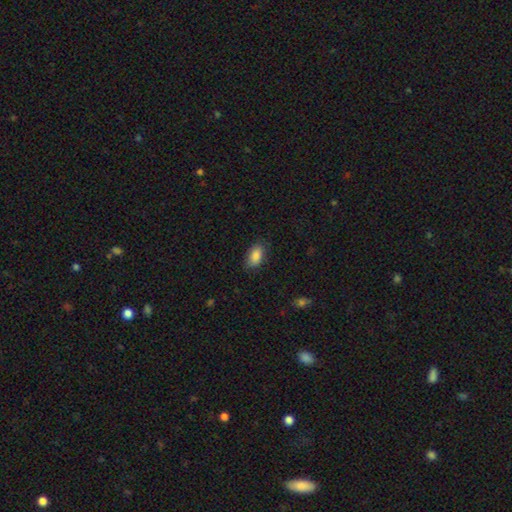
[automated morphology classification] A smooth galaxy with no disk features (88%) that is in between round and cigar-shaped (92%). Merging: none (83%).